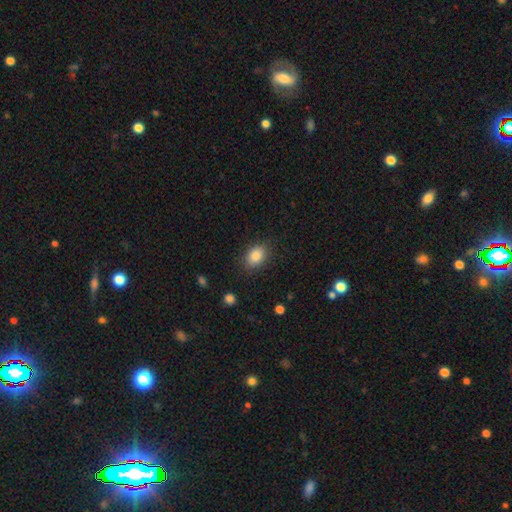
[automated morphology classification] Smooth or featured: smooth — 85% (star or artifact — 8%)
How rounded: in between — 74% (round — 25%)
Merging: none — 83% (minor disturbance — 12%)